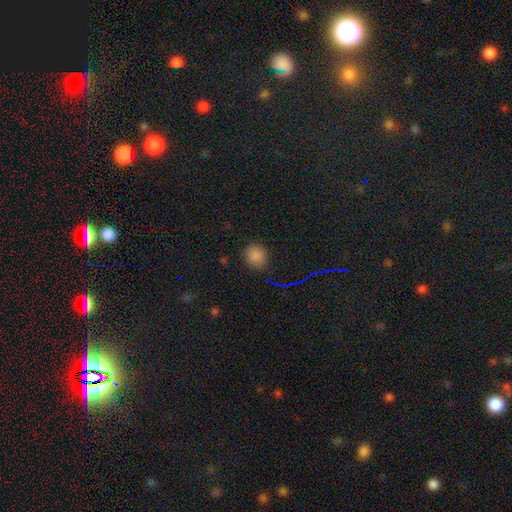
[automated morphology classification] Q: Smooth or featured?
A: smooth (80%); runner-up: star or artifact (15%)
Q: How rounded?
A: round (78%); runner-up: in between (20%)
Q: Merging?
A: none (85%); runner-up: minor disturbance (10%)